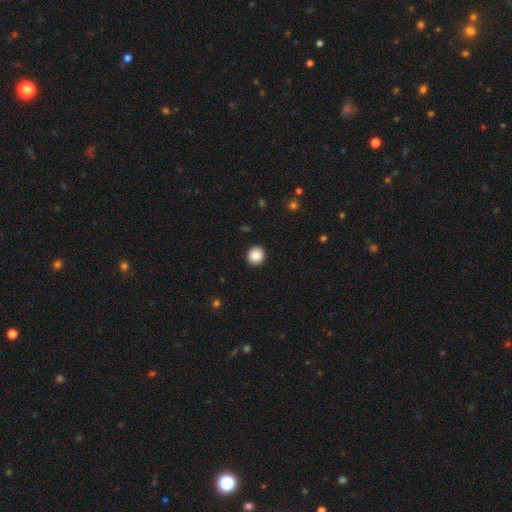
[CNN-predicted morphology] Smooth or featured? Predicted: smooth (p=0.88). How rounded? Predicted: round (p=0.90). Merging? Predicted: none (p=0.92).